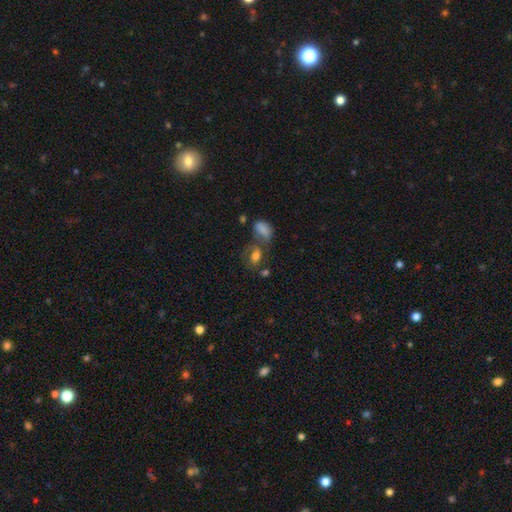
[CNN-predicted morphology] Smooth or featured?
  - smooth: 68% *
  - featured or disk: 21%
  - star or artifact: 11%
How rounded?
  - in between: 82% *
  - round: 15%
  - cigar-shaped: 3%
Merging?
  - none: 42% *
  - merger: 30%
  - minor disturbance: 17%
  - major disturbance: 12%